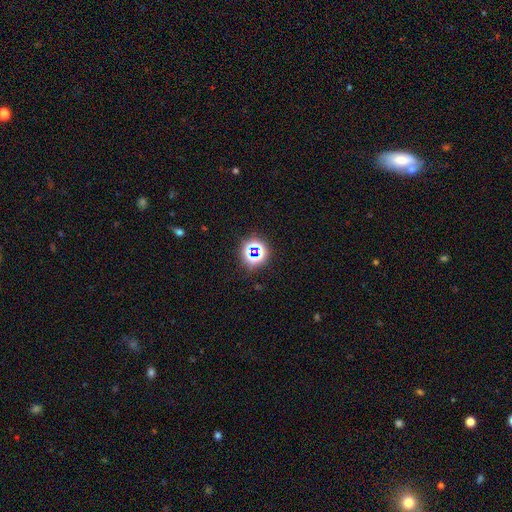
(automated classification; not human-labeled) Q: Smooth or featured?
A: star or artifact (69%); runner-up: smooth (22%)